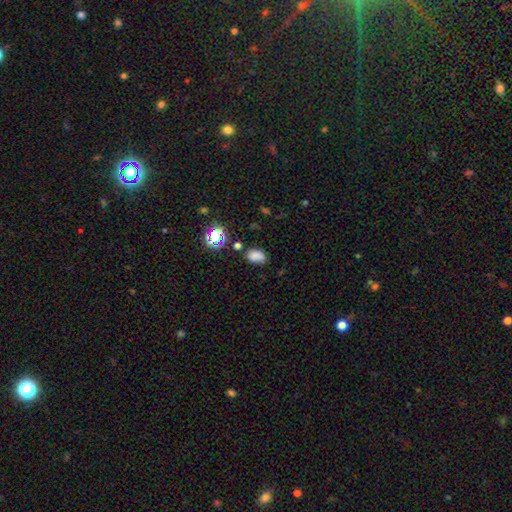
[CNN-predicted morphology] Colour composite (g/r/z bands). It shows a smooth galaxy with no disk features (73%) that is in between round and cigar-shaped (85%). Merging: none (66%).